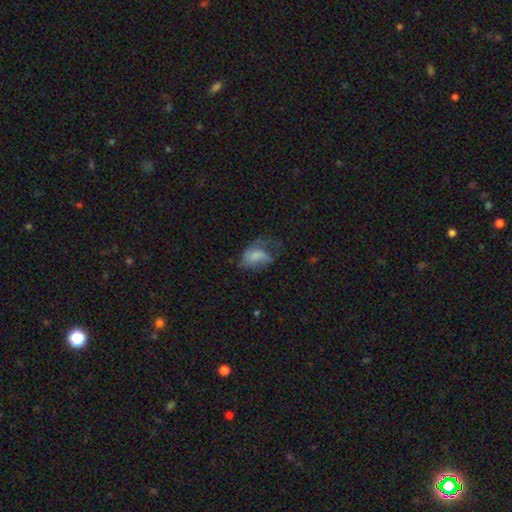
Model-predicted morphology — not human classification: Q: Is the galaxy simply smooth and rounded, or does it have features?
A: smooth — 58%.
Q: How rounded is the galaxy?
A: in between — 86%.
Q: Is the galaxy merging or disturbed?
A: major disturbance — 48%.